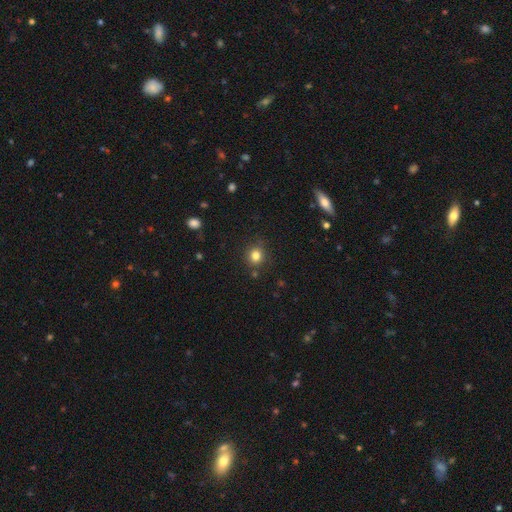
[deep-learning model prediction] The model was most divided on "smooth or featured": smooth: 81%, star or artifact: 13%, featured or disk: 6%. More confident: how rounded — round (85%); merging — none (85%).